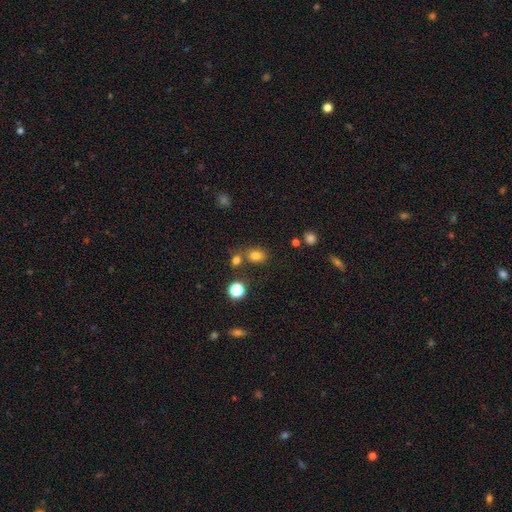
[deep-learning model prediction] Smooth or featured: smooth — 77% (star or artifact — 16%)
How rounded: in between — 66% (round — 33%)
Merging: none — 65% (merger — 18%)